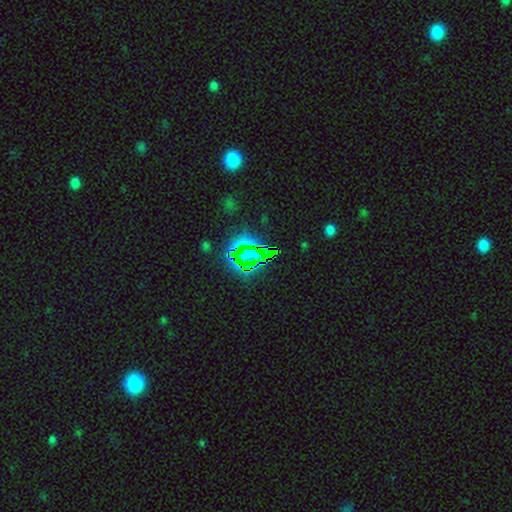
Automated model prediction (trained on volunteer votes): This is likely a star or artifact rather than a galaxy (76%).